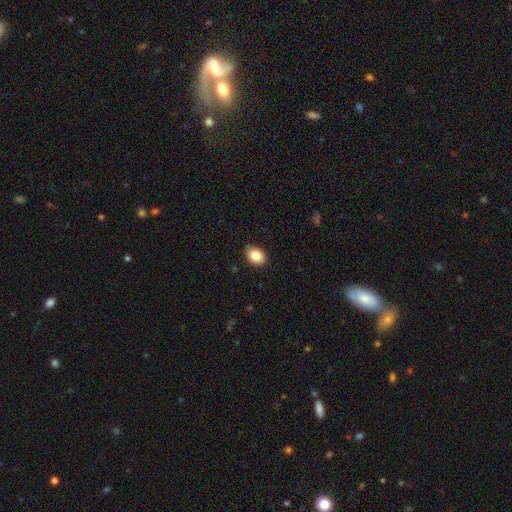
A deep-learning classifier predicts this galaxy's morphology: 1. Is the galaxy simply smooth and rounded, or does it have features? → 85% smooth, 8% star or artifact, 7% featured or disk.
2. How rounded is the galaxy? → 72% in between, 27% round, 1% cigar-shaped.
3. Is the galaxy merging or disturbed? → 88% none, 10% minor disturbance, 2% major disturbance, 1% merger.